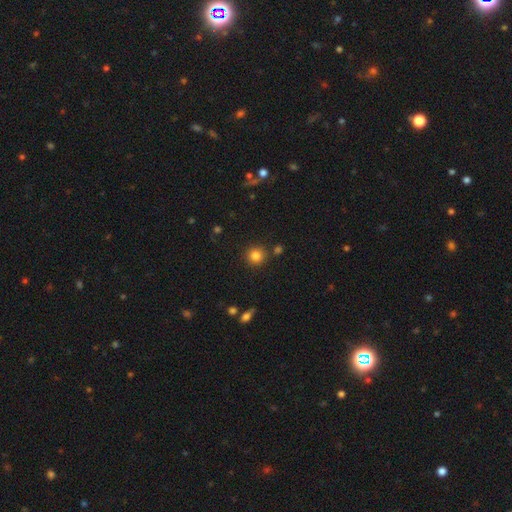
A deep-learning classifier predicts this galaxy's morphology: smooth-or-featured: smooth: 82% | star or artifact: 12% | featured or disk: 6%
  how-rounded: round: 93% | in between: 6% | cigar-shaped: 1%
  merging: none: 86% | minor disturbance: 7% | merger: 5% | major disturbance: 2%